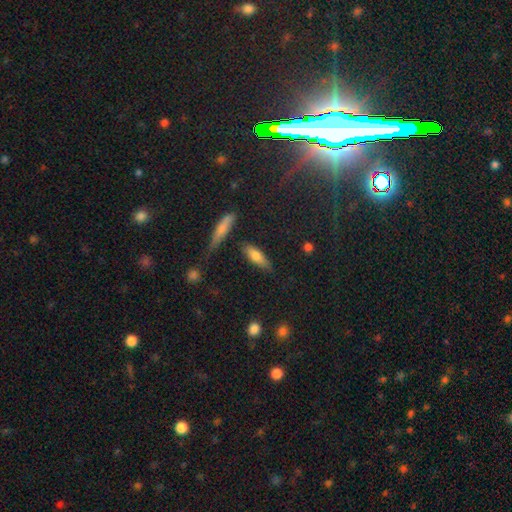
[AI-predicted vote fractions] smooth 69%, featured or disk 22%, star or artifact 9%. Down the decision tree: how rounded — cigar-shaped (51%); merging — none (76%).